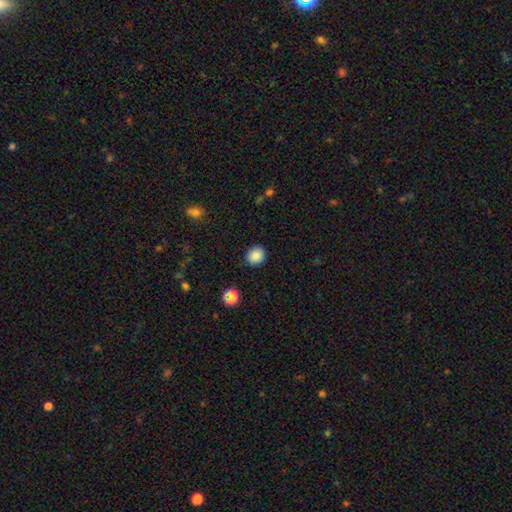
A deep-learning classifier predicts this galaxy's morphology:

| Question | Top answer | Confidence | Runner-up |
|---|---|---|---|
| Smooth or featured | smooth | 86% | star or artifact (10%) |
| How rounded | round | 78% | in between (21%) |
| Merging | none | 89% | minor disturbance (8%) |